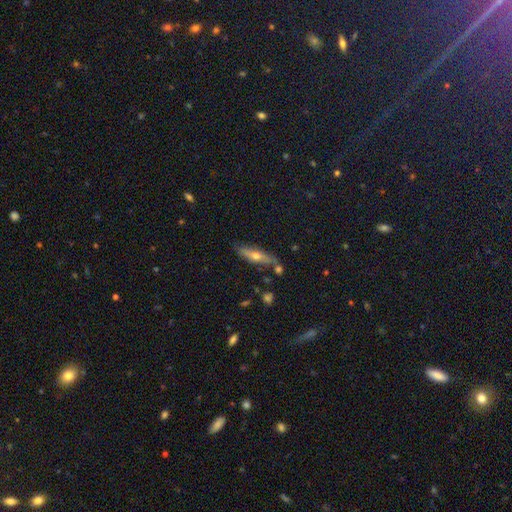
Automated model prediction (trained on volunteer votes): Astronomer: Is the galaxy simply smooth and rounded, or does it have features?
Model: featured or disk — 49% (runner-up: smooth, 44%).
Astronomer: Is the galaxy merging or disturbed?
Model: none — 72%.